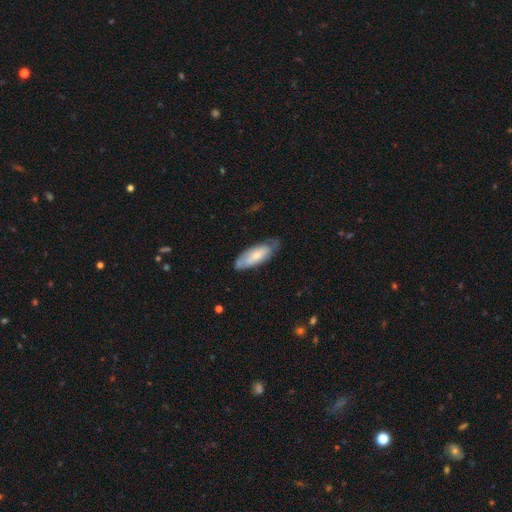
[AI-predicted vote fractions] Smooth or featured?
  - smooth: 58% *
  - featured or disk: 36%
  - star or artifact: 6%
How rounded?
  - in between: 70% *
  - cigar-shaped: 28%
  - round: 2%
Merging?
  - none: 59% *
  - minor disturbance: 31%
  - major disturbance: 8%
  - merger: 2%